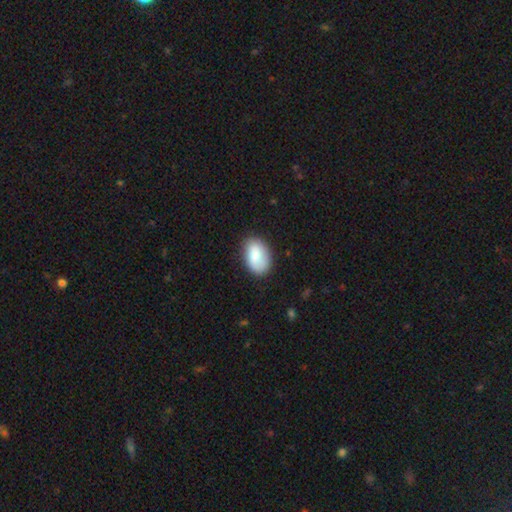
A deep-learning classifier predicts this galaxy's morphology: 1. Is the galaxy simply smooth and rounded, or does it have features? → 79% smooth, 14% featured or disk, 6% star or artifact.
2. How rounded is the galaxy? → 88% in between, 11% round, 1% cigar-shaped.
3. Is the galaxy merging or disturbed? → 78% none, 16% minor disturbance, 4% major disturbance, 2% merger.